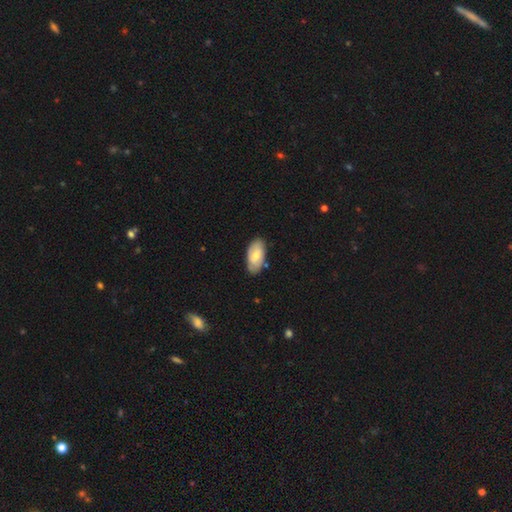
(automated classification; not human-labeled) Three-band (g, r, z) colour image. It shows a smooth galaxy with no disk features (63%) that is in between round and cigar-shaped (94%). Merging: none (79%).